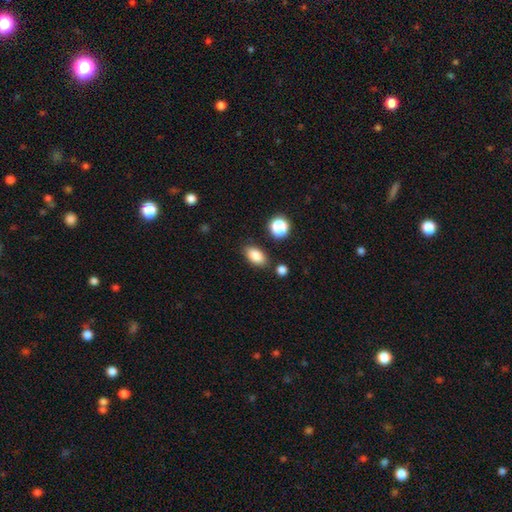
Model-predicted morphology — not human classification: smooth-or-featured: smooth: 84% | star or artifact: 9% | featured or disk: 7%
  how-rounded: in between: 89% | round: 9% | cigar-shaped: 3%
  merging: none: 82% | minor disturbance: 11% | merger: 4% | major disturbance: 3%